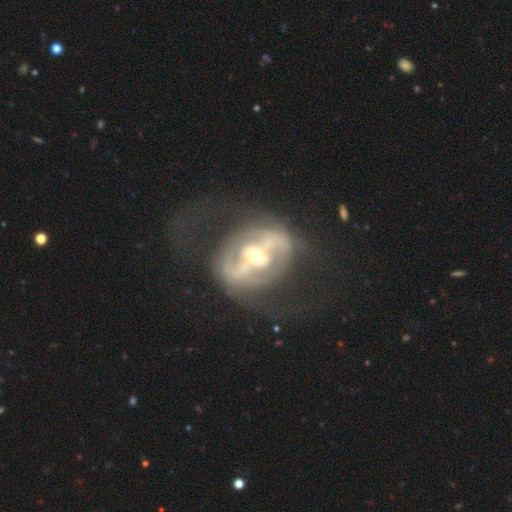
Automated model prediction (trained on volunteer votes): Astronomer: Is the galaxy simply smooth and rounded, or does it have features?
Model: featured or disk — 83%.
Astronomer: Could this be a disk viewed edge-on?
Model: no — 92%.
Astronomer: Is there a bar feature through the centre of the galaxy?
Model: strong — 62%.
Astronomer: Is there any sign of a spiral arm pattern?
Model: yes — 59% (runner-up: no, 41%).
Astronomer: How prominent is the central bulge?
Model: moderate — 61%.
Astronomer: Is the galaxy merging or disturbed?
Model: none — 51% (runner-up: major disturbance, 30%).